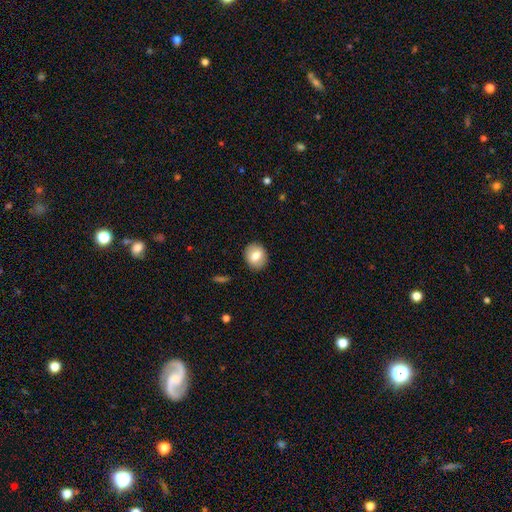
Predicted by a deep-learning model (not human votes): smooth-or-featured: smooth: 74% | featured or disk: 18% | star or artifact: 8%
  how-rounded: round: 66% | in between: 33% | cigar-shaped: 1%
  merging: none: 88% | minor disturbance: 9% | major disturbance: 2% | merger: 1%